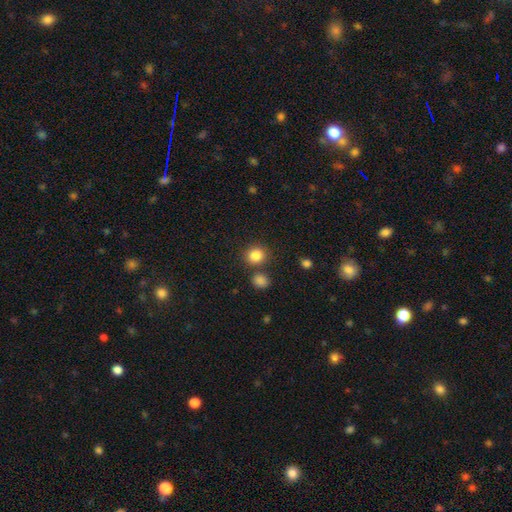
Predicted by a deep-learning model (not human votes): A smooth galaxy with no disk features (85%) that is round (81%).

Vote fractions:
- Smooth or featured? smooth: 85% / star or artifact: 11% / featured or disk: 4%
- How rounded? round: 81% / in between: 18% / cigar-shaped: 1%
- Merging? none: 75% / merger: 12% / minor disturbance: 9% / major disturbance: 3%